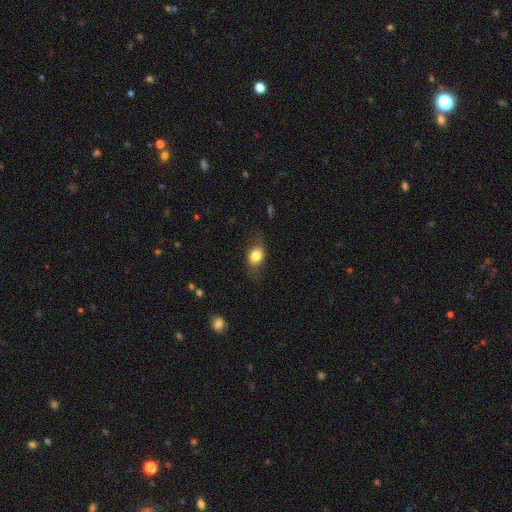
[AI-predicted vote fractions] Smooth or featured? smooth (76%)
How rounded? in between (68%)
Merging? none (69%)